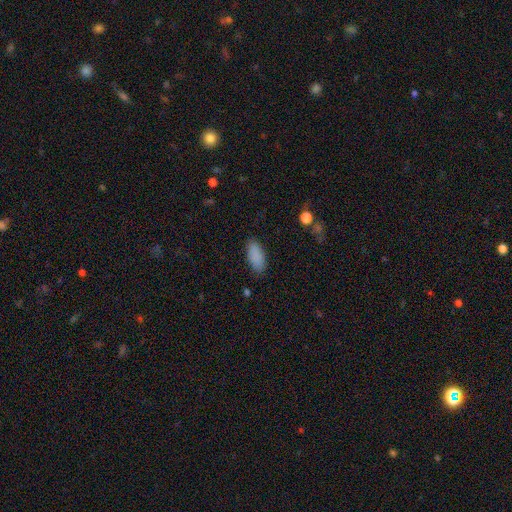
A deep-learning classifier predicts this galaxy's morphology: smooth 88%, star or artifact 7%, featured or disk 4%. Down the decision tree: how rounded — in between (88%); merging — none (86%).